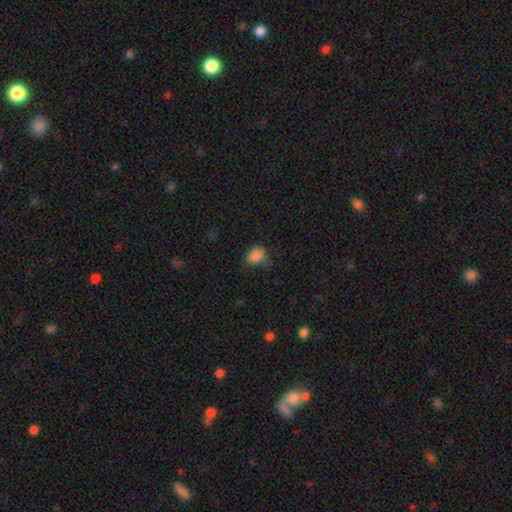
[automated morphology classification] type=smooth (84%); roundness=in between (58%); merging=none (49%).